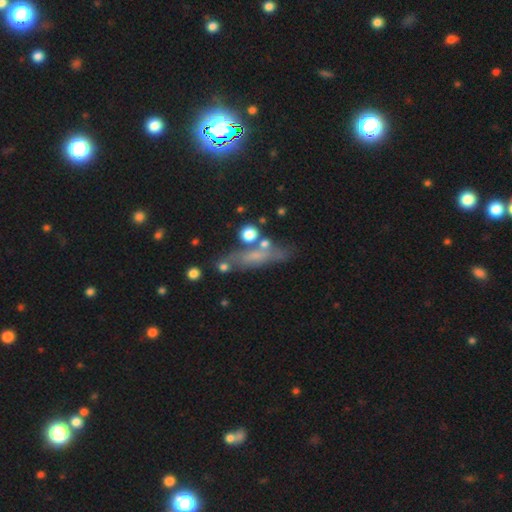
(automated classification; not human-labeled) This appears to be a smooth galaxy with no disk features (48%). Merging: none (64%).